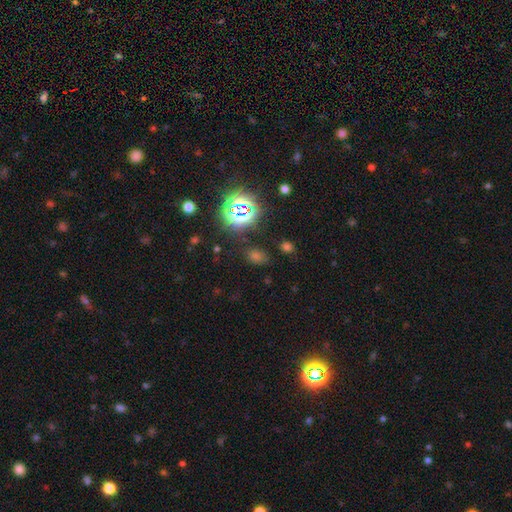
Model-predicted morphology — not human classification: A star or artifact, not a galaxy (53%).